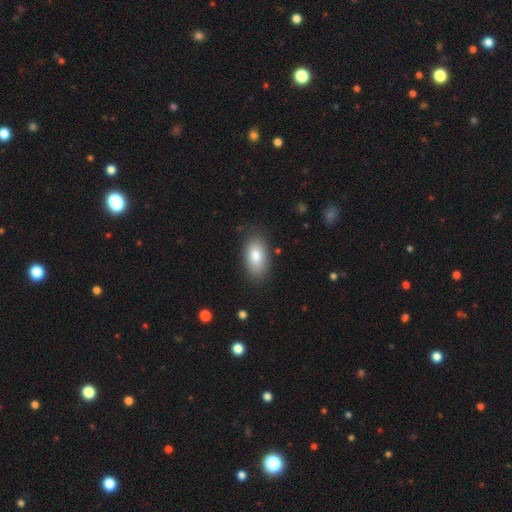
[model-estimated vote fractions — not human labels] This appears to be a smooth galaxy with no disk features (82%) that is in between round and cigar-shaped (93%). Merging: none (82%).